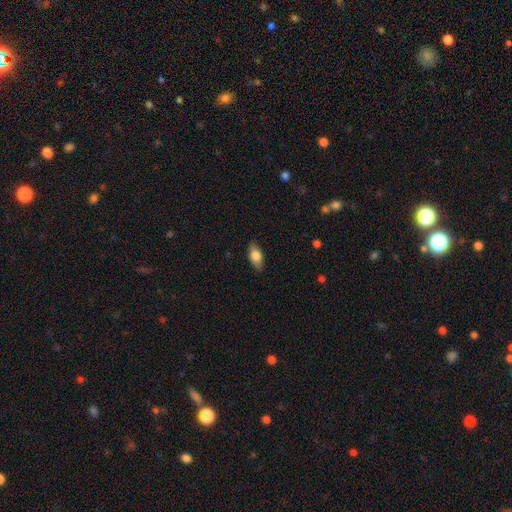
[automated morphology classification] Overall: smooth (72%). How rounded: in between (85%). Merging: none (86%).